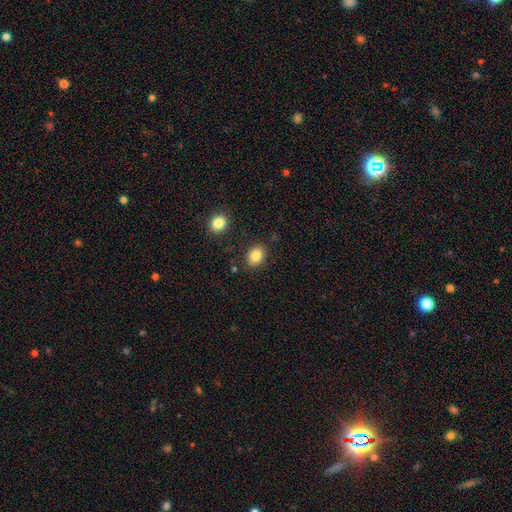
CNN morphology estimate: smooth 85%, star or artifact 9%, featured or disk 6%. Down the decision tree: how rounded — in between (67%); merging — none (84%).